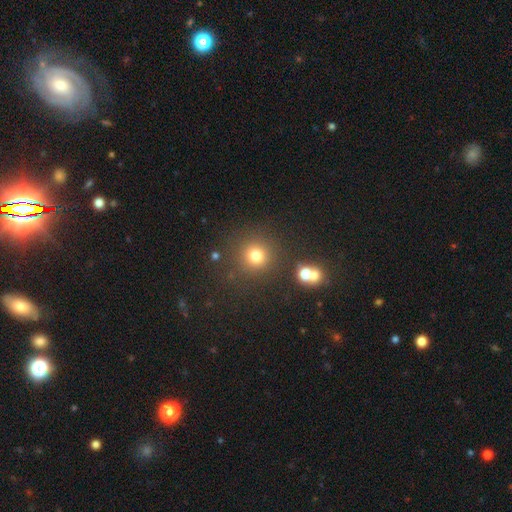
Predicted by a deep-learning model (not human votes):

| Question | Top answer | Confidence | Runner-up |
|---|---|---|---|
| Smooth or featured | smooth | 77% | star or artifact (16%) |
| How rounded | round | 93% | in between (6%) |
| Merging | none | 82% | minor disturbance (7%) |